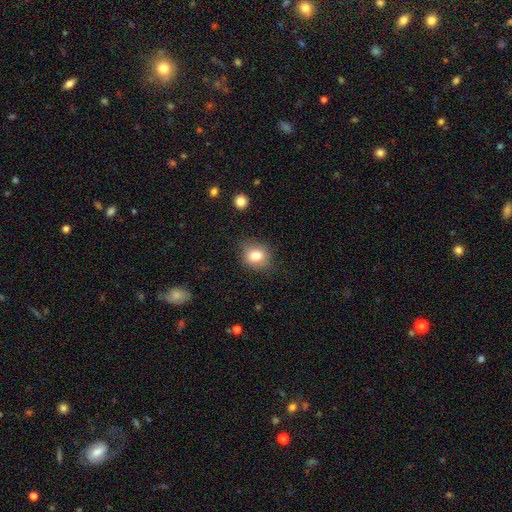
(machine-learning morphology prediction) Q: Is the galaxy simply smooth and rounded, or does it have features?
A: smooth — 80%.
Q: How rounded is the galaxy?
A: round — 67%.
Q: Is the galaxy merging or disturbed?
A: none — 80%.